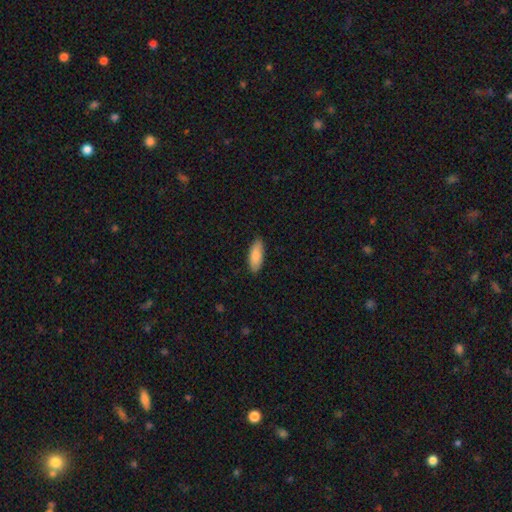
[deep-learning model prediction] Morphology: type=smooth (87%); roundness=in between (77%); merging=none (87%).